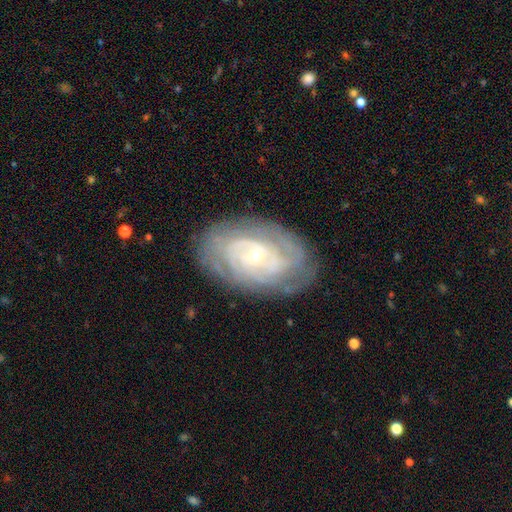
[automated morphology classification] Q: Smooth or featured?
A: featured or disk (82%); runner-up: smooth (12%)
Q: Edge-on disk?
A: no (95%); runner-up: yes (5%)
Q: Bar?
A: no (71%); runner-up: weak (23%)
Q: Spiral arms?
A: yes (90%); runner-up: no (10%)
Q: Spiral winding?
A: tight (73%); runner-up: medium (21%)
Q: Spiral arm count?
A: can't tell (43%); runner-up: 2 (20%)
Q: Bulge size?
A: small (75%); runner-up: moderate (21%)
Q: Merging?
A: none (79%); runner-up: minor disturbance (15%)